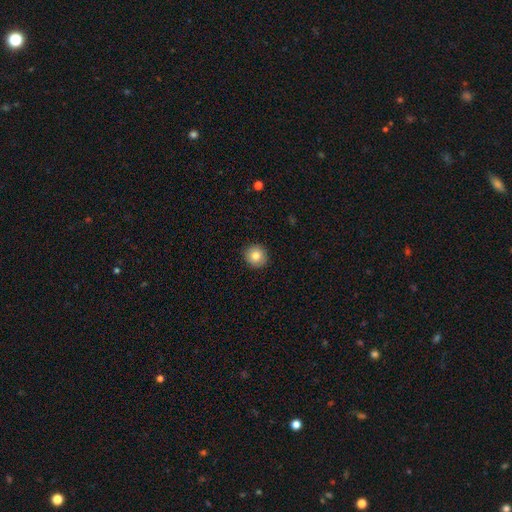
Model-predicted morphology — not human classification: Smooth or featured? smooth (81%)
How rounded? round (93%)
Merging? none (92%)